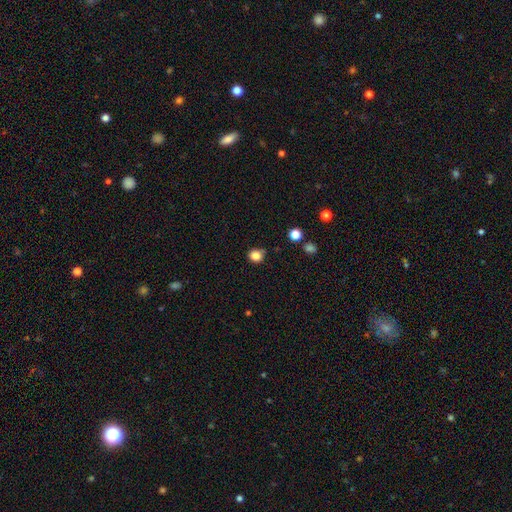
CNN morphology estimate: The model was most divided on "merging": none: 75%, minor disturbance: 17%, merger: 4%, major disturbance: 3%. More confident: smooth or featured — smooth (83%); how rounded — round (79%).